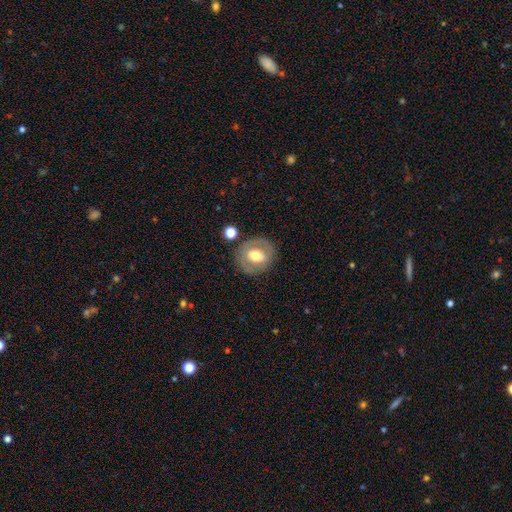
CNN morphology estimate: Overall: smooth (50%; featured or disk 43%). Merging: none (78%).